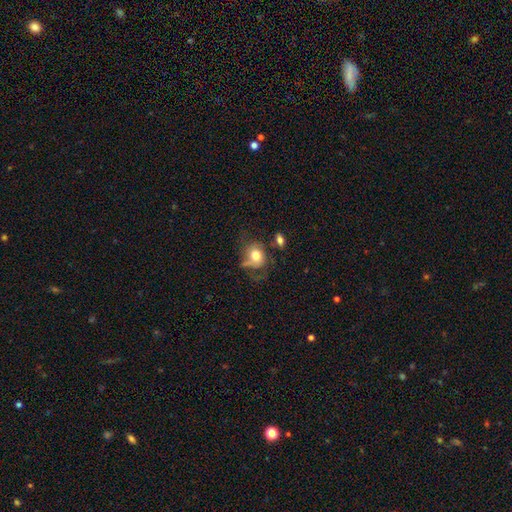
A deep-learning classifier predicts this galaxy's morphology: smooth-or-featured: smooth: 63% | featured or disk: 28% | star or artifact: 9%
  how-rounded: round: 56% | in between: 43% | cigar-shaped: 1%
  merging: none: 37% | major disturbance: 29% | minor disturbance: 25% | merger: 9%